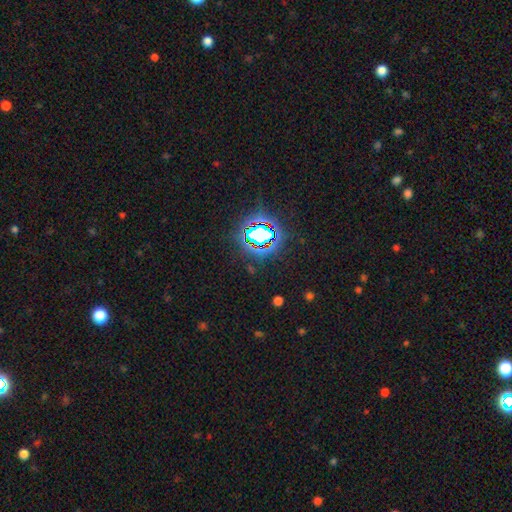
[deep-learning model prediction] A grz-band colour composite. It shows a star or artifact, not a galaxy (82%).